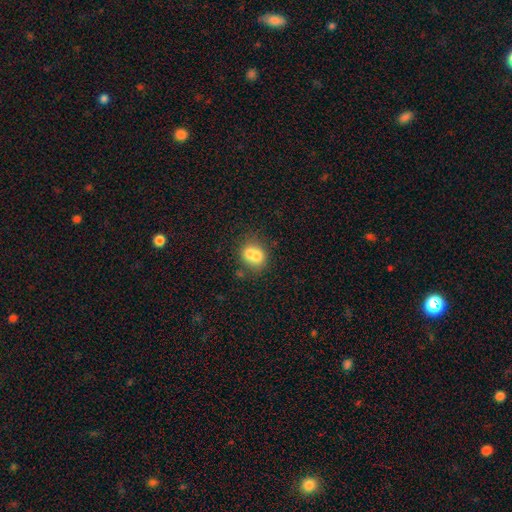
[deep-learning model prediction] Overall: smooth (69%). How rounded: round (63%; in between 36%). Merging: merger (56%; none 31%).